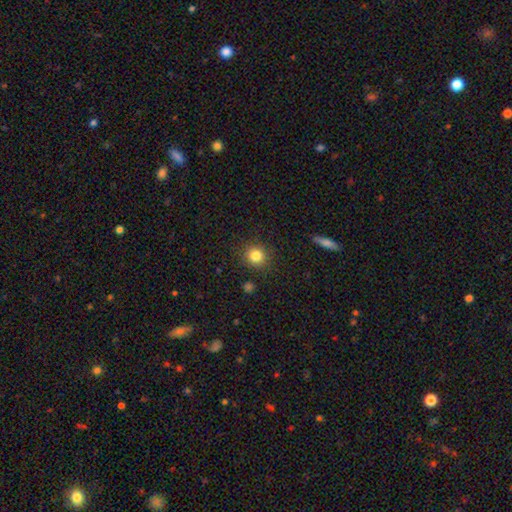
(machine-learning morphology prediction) smooth 83%, star or artifact 11%, featured or disk 6%. Down the decision tree: how rounded — round (89%); merging — none (88%).